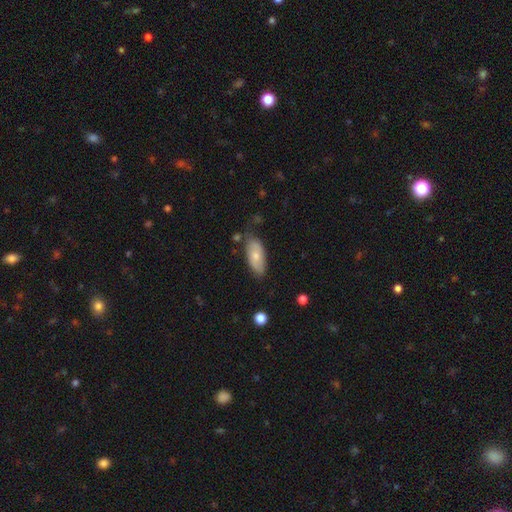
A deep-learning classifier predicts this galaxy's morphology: Smooth or featured? Predicted: smooth (p=0.68). How rounded? Predicted: in between (p=0.86). Merging? Predicted: none (p=0.71).